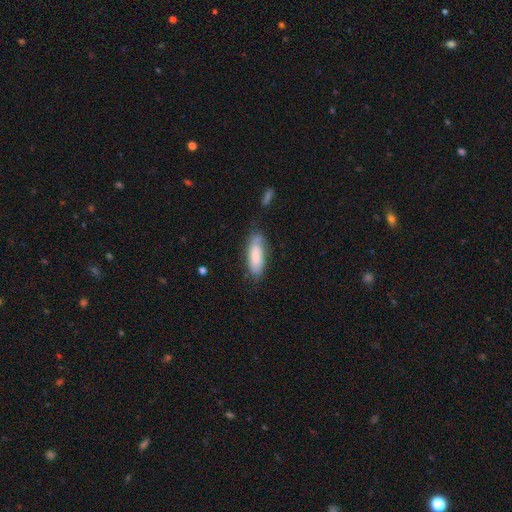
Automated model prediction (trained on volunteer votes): Smooth or featured? Predicted: smooth (p=0.78). How rounded? Predicted: in between (p=0.67). Merging? Predicted: none (p=0.60).